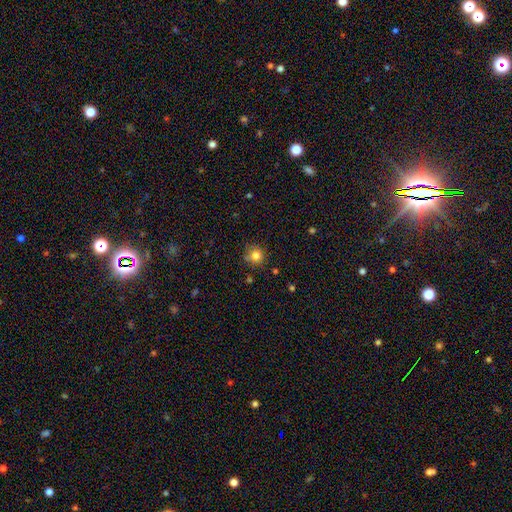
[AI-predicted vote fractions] A smooth galaxy with no disk features (81%) that is round (90%).

Vote fractions:
- Smooth or featured? smooth: 81% / star or artifact: 13% / featured or disk: 7%
- How rounded? round: 90% / in between: 9% / cigar-shaped: 1%
- Merging? none: 76% / minor disturbance: 16% / merger: 4% / major disturbance: 4%